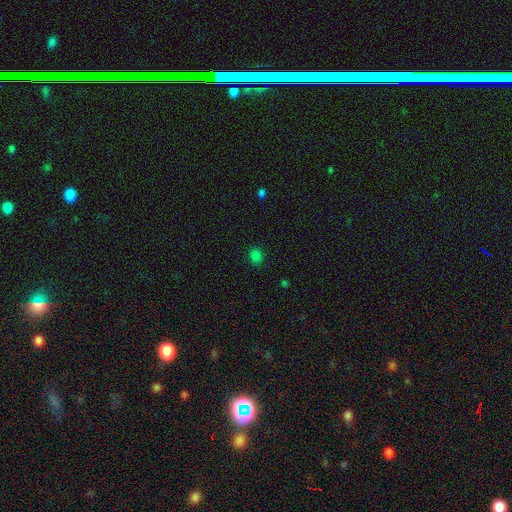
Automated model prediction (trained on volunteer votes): A smooth galaxy with no disk features (79%) that is round (77%).

Vote fractions:
- Smooth or featured? smooth: 79% / star or artifact: 17% / featured or disk: 4%
- How rounded? round: 77% / in between: 22% / cigar-shaped: 1%
- Merging? none: 89% / minor disturbance: 7% / major disturbance: 2% / merger: 1%